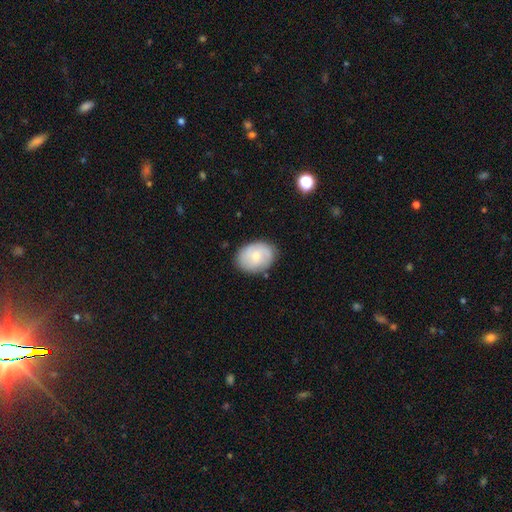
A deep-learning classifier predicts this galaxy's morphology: smooth-or-featured: smooth: 53% | featured or disk: 41% | star or artifact: 7%
  how-rounded: in between: 62% | round: 37% | cigar-shaped: 1%
  merging: none: 79% | minor disturbance: 16% | major disturbance: 4% | merger: 2%